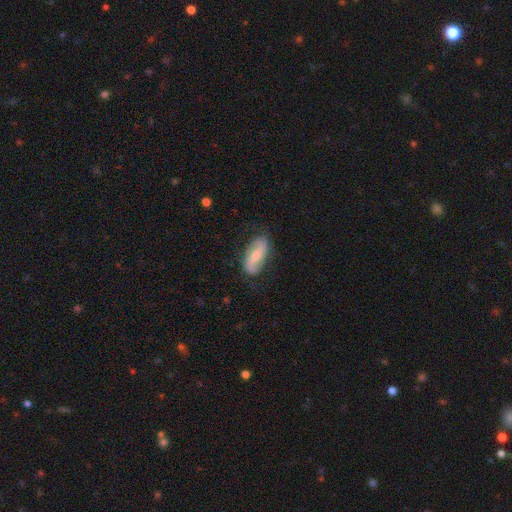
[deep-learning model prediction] A featured or disk galaxy (56%) with a weak bar (38%), spiral arms (85%) and a moderate central bulge (46%). Merging: none (75%).